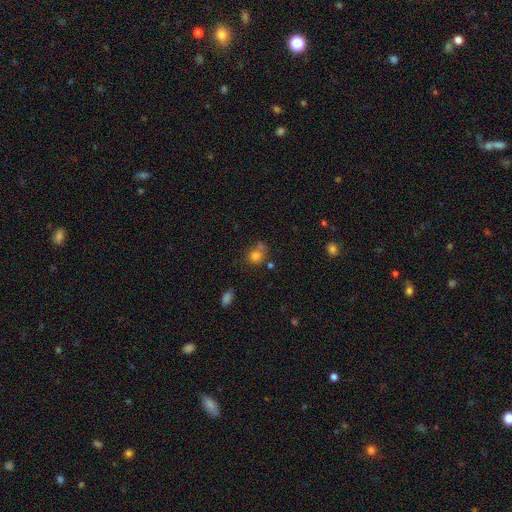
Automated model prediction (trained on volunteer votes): Morphology: type=smooth (77%); roundness=round (75%); merging=none (48%).